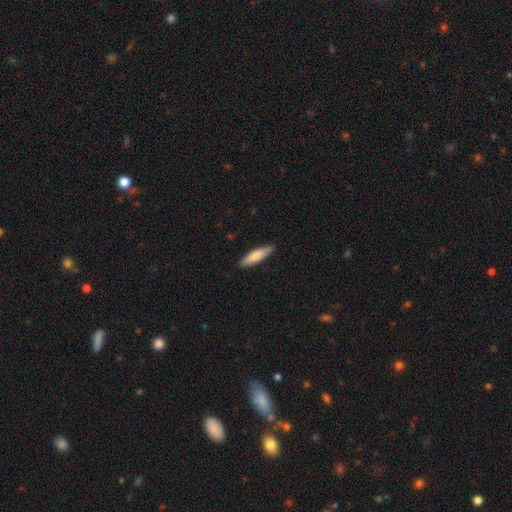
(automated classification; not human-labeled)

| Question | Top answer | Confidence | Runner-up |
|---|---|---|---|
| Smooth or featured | smooth | 77% | featured or disk (18%) |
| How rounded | cigar-shaped | 70% | in between (28%) |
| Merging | none | 90% | minor disturbance (8%) |